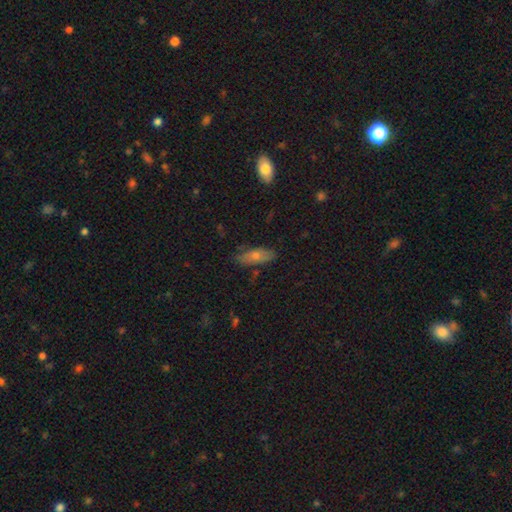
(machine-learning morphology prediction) smooth-or-featured: smooth: 58% | featured or disk: 33% | star or artifact: 9%
  how-rounded: in between: 64% | cigar-shaped: 33% | round: 3%
  merging: none: 79% | minor disturbance: 16% | major disturbance: 3% | merger: 2%